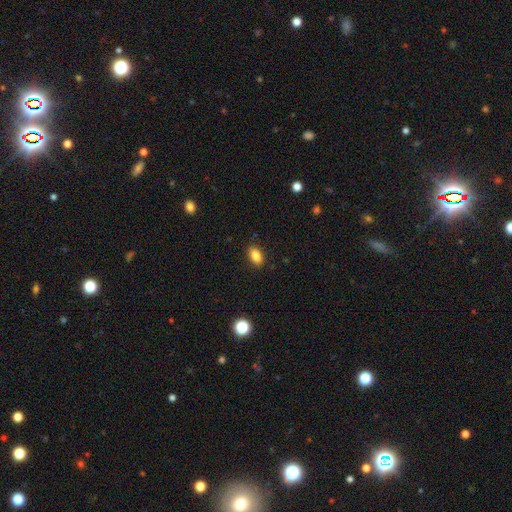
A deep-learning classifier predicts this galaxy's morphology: smooth_or_featured: smooth (p=0.85) [alt: star or artifact p=0.09]
how_rounded: in between (p=0.88) [alt: round p=0.09]
merging: none (p=0.87) [alt: minor disturbance p=0.10]